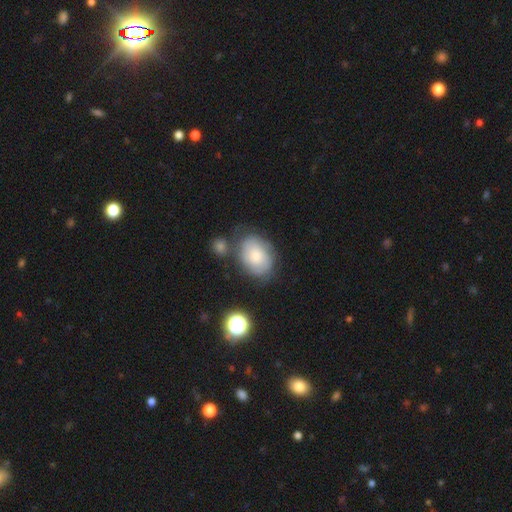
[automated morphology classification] This appears to be a smooth galaxy with no disk features (68%) that is in between round and cigar-shaped (76%). Merging: none (60%).